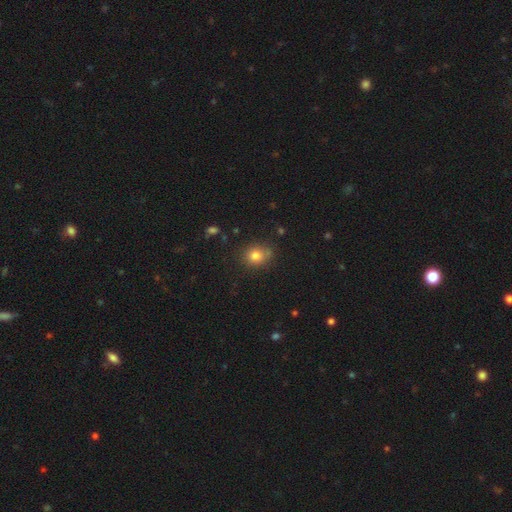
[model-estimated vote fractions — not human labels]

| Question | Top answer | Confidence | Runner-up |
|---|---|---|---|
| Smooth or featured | smooth | 80% | star or artifact (13%) |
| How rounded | round | 68% | in between (31%) |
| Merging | none | 75% | minor disturbance (17%) |